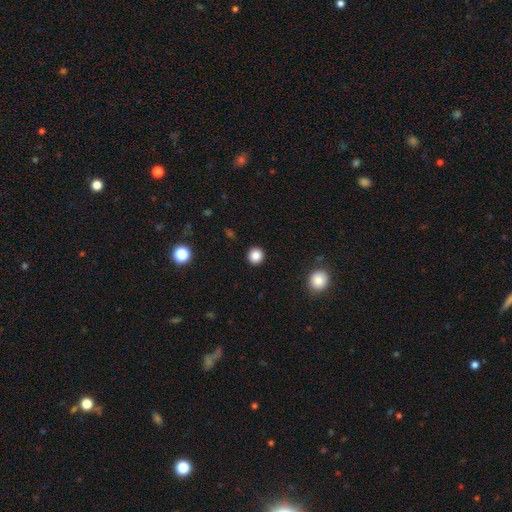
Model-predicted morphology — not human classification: Q: Smooth or featured?
A: smooth (86%); runner-up: star or artifact (11%)
Q: How rounded?
A: round (92%); runner-up: in between (7%)
Q: Merging?
A: none (92%); runner-up: minor disturbance (5%)